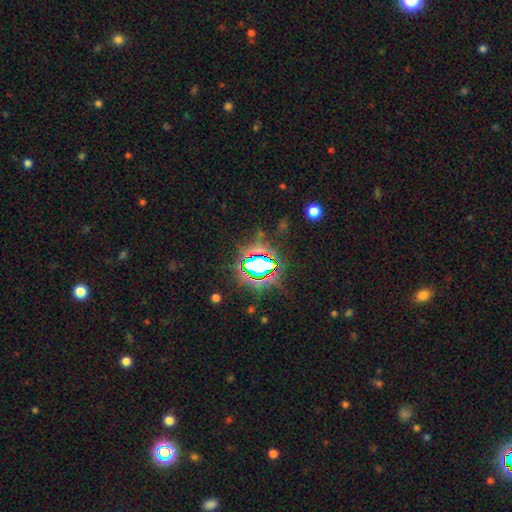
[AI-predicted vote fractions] A star or artifact, not a galaxy (79%).